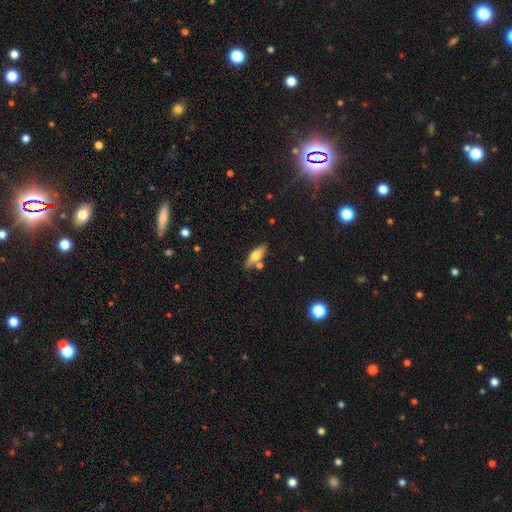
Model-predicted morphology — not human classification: Smooth or featured: smooth — 58% (featured or disk — 35%)
How rounded: in between — 54% (cigar-shaped — 42%)
Merging: none — 75% (minor disturbance — 12%)